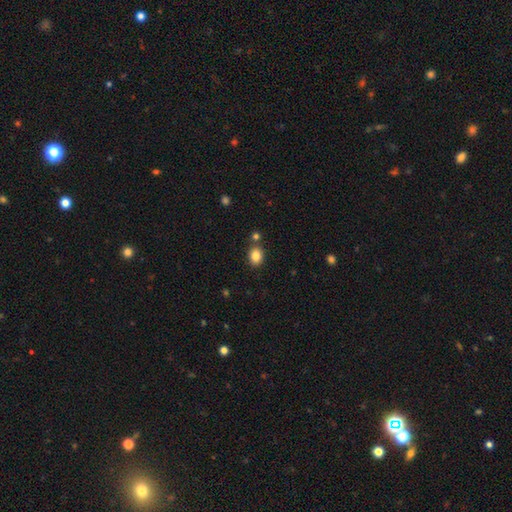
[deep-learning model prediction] Morphology: type=smooth (85%); roundness=in between (56%); merging=none (80%).